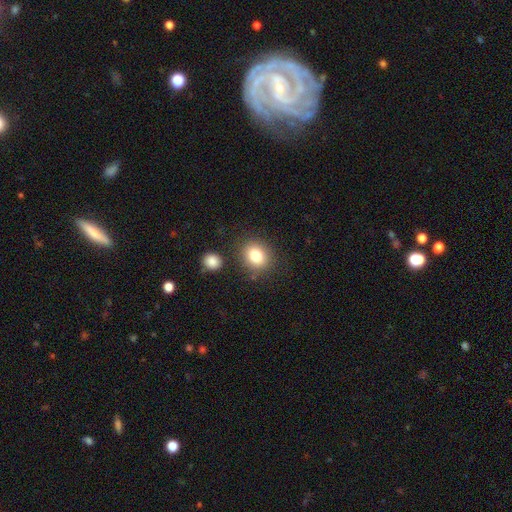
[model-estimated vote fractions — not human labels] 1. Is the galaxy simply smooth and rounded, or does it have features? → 81% smooth, 10% star or artifact, 8% featured or disk.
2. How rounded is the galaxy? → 61% round, 38% in between, 1% cigar-shaped.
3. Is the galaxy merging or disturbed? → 81% none, 10% minor disturbance, 6% merger, 4% major disturbance.